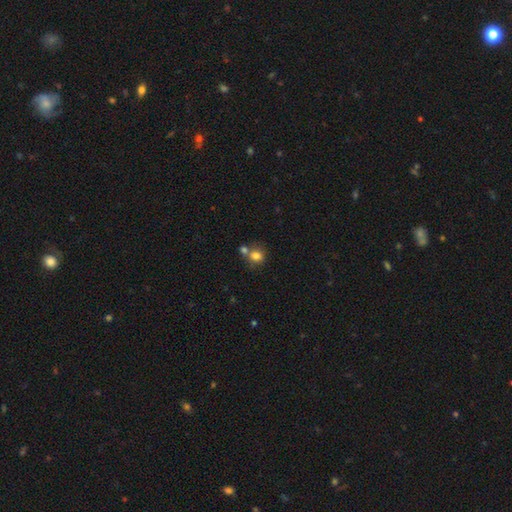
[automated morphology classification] Smooth or featured? smooth (79%)
How rounded? round (77%)
Merging? none (49%)